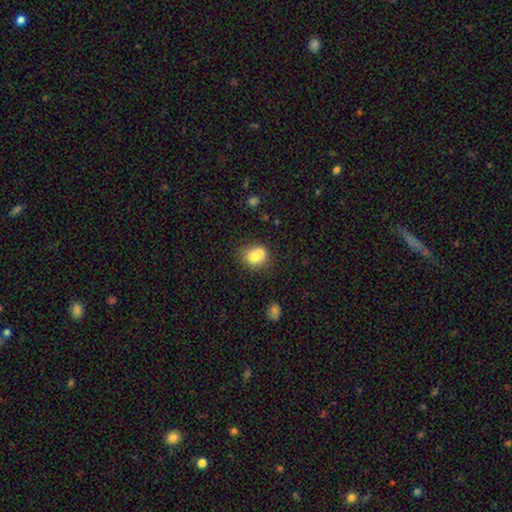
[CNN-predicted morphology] This is likely a smooth galaxy (69%). How rounded: likely round (64%). Merging: possibly merger (57%).